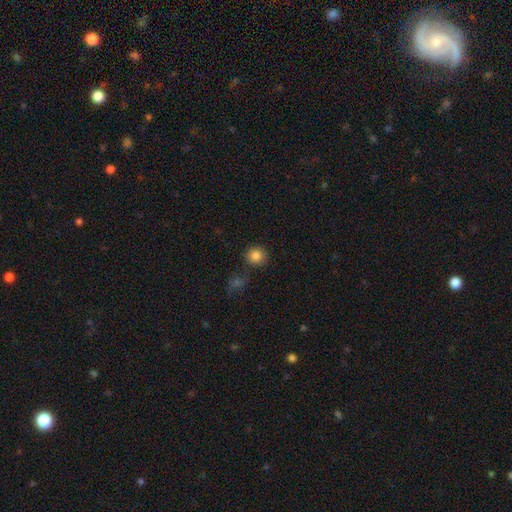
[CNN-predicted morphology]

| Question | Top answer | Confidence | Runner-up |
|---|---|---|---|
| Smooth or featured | smooth | 84% | star or artifact (11%) |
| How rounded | round | 90% | in between (9%) |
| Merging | none | 81% | minor disturbance (9%) |